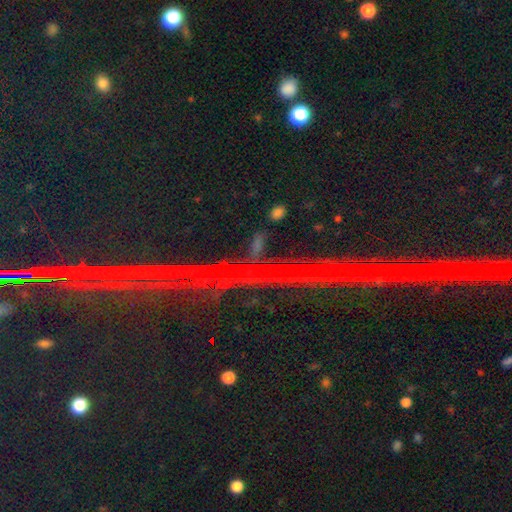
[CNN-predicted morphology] Smooth or featured? star or artifact (90%)